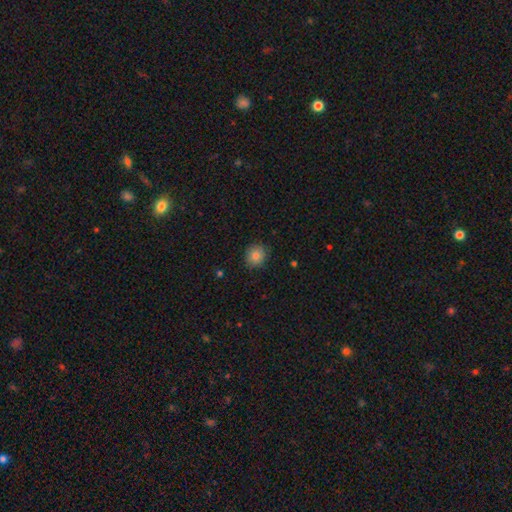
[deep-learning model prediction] A smooth galaxy with no disk features (84%) that is round (81%).

Vote fractions:
- Smooth or featured? smooth: 84% / star or artifact: 9% / featured or disk: 7%
- How rounded? round: 81% / in between: 18% / cigar-shaped: 1%
- Merging? none: 86% / minor disturbance: 10% / major disturbance: 2% / merger: 1%